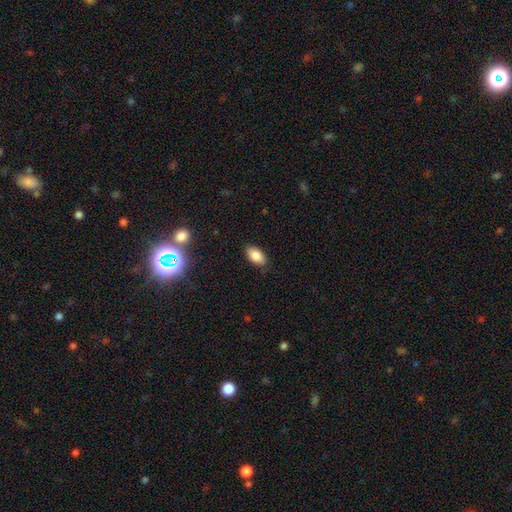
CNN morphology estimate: This appears to be a smooth galaxy with no disk features (84%) that is in between round and cigar-shaped (93%). Merging: none (85%).